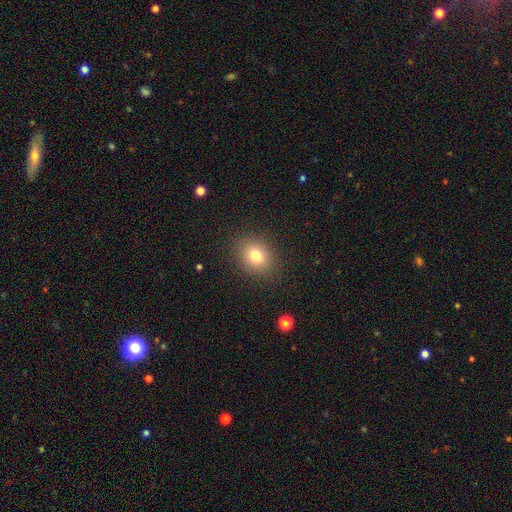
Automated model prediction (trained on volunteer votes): This appears to be a smooth galaxy with no disk features (77%) that is round (63%). Merging: none (87%).